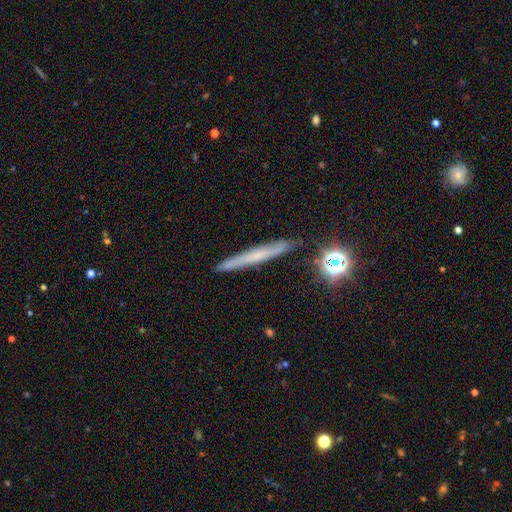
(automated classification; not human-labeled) smooth-or-featured: featured or disk: 43% (tied) | smooth: 43% (tied) | star or artifact: 13%
  merging: none: 88% | minor disturbance: 8% | merger: 2% | major disturbance: 2%